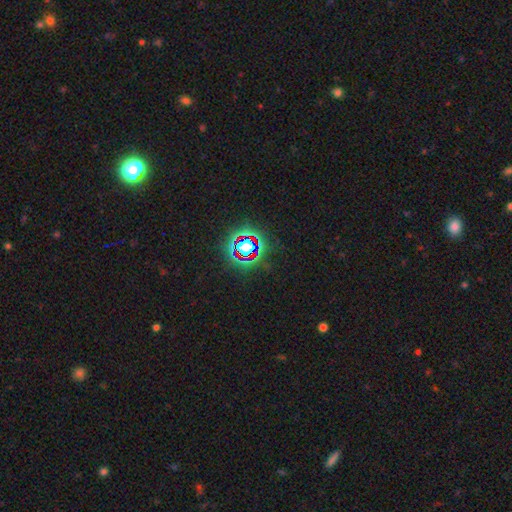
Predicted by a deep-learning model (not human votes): A star or artifact, not a galaxy (78%).